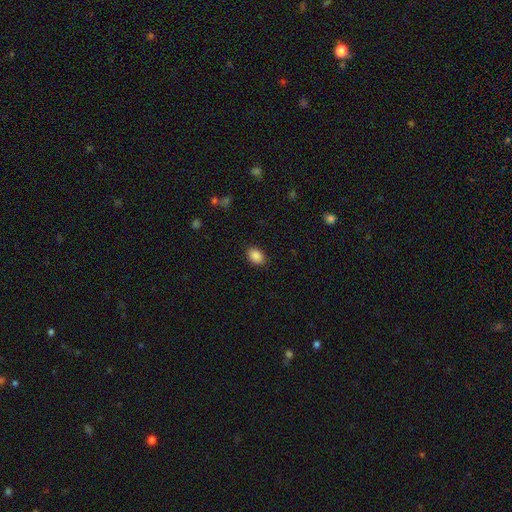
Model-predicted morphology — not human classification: Smooth or featured?
  - smooth: 88% *
  - star or artifact: 8%
  - featured or disk: 4%
How rounded?
  - in between: 79% *
  - round: 20%
  - cigar-shaped: 1%
Merging?
  - none: 88% *
  - minor disturbance: 9%
  - major disturbance: 2%
  - merger: 1%